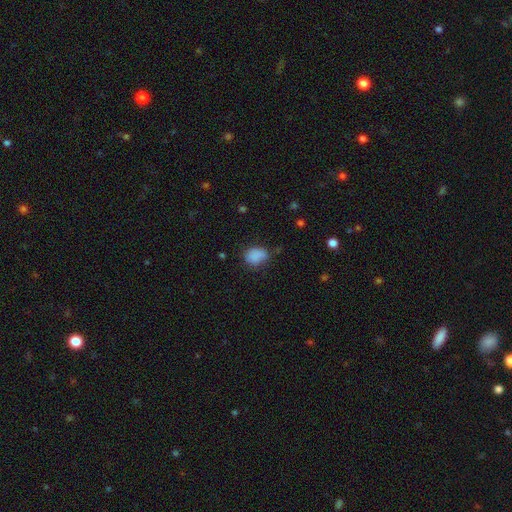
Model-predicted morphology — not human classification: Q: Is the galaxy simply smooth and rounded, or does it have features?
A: smooth — 83%.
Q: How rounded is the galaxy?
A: in between — 66%.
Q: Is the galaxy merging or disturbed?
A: none — 56%.